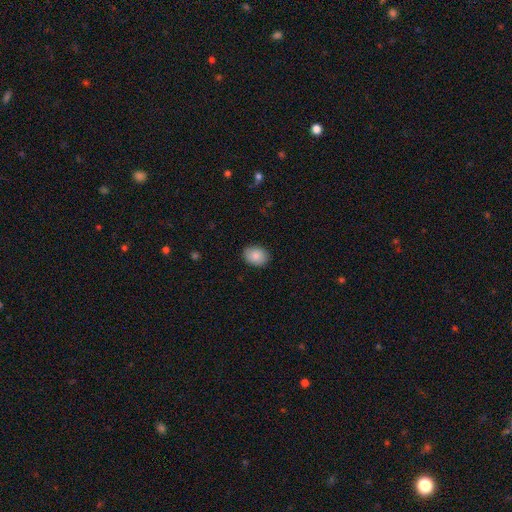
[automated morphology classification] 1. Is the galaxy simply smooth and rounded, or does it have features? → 87% smooth, 7% star or artifact, 5% featured or disk.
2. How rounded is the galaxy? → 64% in between, 35% round, 1% cigar-shaped.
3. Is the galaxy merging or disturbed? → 86% none, 11% minor disturbance, 2% major disturbance, 1% merger.